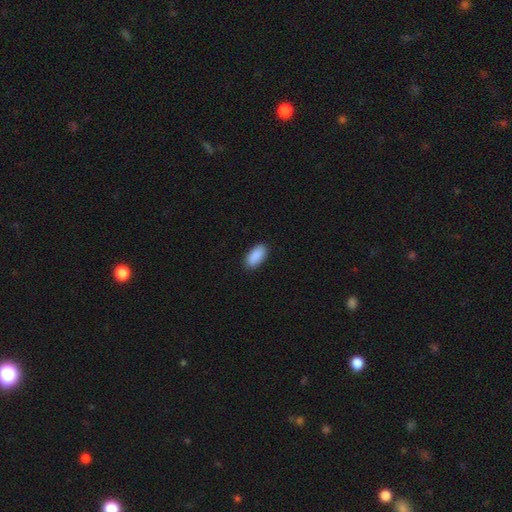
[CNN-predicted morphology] smooth 91%, star or artifact 6%, featured or disk 3%. Down the decision tree: how rounded — in between (93%); merging — none (90%).